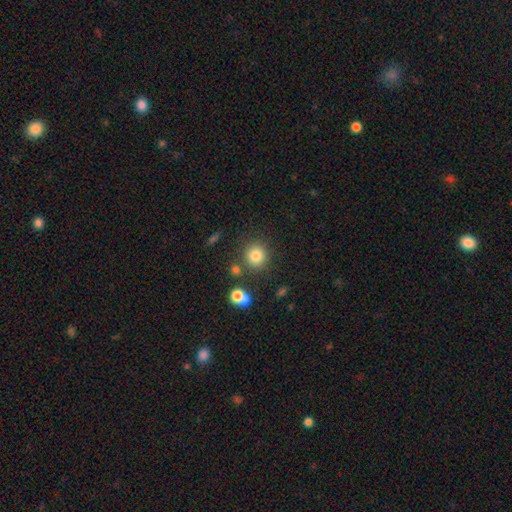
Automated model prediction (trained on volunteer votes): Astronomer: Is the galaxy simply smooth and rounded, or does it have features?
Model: smooth — 81%.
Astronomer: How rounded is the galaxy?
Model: round — 91%.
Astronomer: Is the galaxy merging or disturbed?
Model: none — 80%.